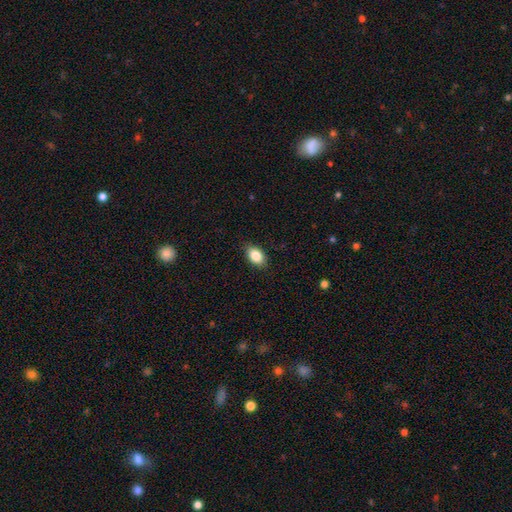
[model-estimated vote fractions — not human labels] The model was most divided on "merging": none: 86%, minor disturbance: 11%, major disturbance: 2%, merger: 1%. More confident: how rounded — in between (88%); smooth or featured — smooth (86%).